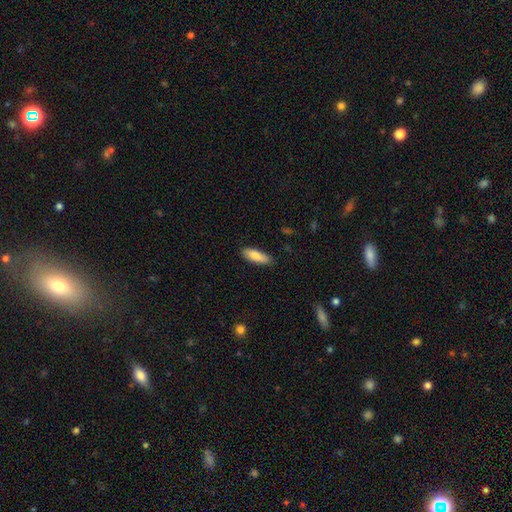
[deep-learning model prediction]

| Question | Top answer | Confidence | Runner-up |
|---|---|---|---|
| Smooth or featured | smooth | 83% | featured or disk (11%) |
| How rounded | in between | 59% | cigar-shaped (39%) |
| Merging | none | 84% | minor disturbance (13%) |